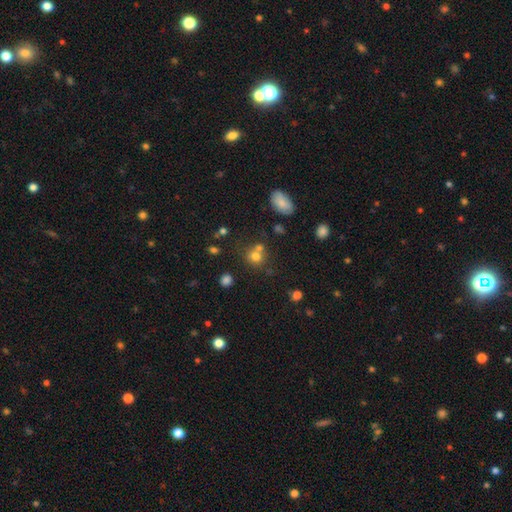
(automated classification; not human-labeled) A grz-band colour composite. It shows a smooth galaxy with no disk features (72%) that is round (81%). Merging: none (53%).